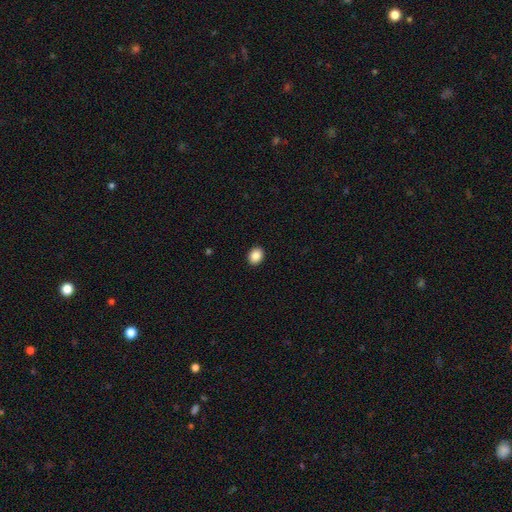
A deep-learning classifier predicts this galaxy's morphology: The model was most divided on "how rounded": in between: 56%, round: 43%, cigar-shaped: 1%. More confident: merging — none (92%); smooth or featured — smooth (88%).